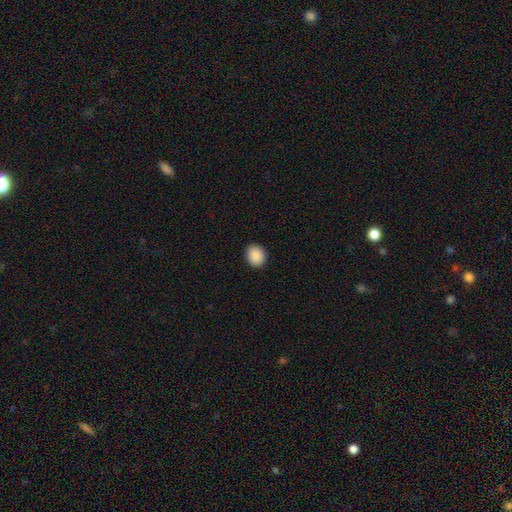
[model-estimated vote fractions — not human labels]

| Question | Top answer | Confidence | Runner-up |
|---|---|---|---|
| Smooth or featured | smooth | 90% | star or artifact (8%) |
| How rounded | round | 71% | in between (28%) |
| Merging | none | 91% | minor disturbance (6%) |